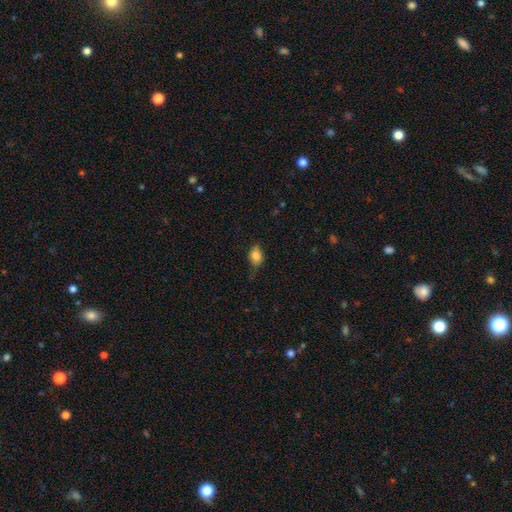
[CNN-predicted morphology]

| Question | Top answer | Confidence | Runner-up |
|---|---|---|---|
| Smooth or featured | smooth | 82% | featured or disk (10%) |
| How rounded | in between | 79% | round (19%) |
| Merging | none | 58% | minor disturbance (31%) |